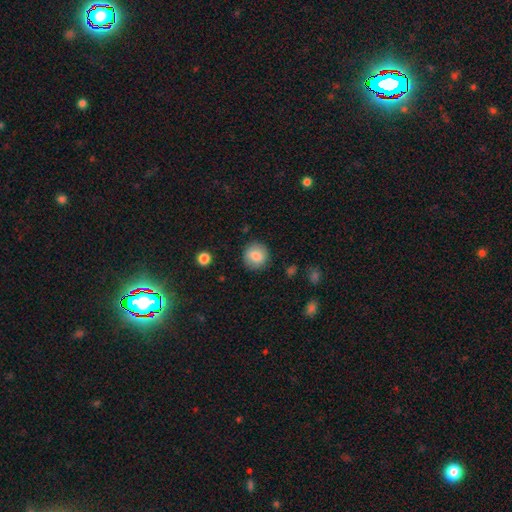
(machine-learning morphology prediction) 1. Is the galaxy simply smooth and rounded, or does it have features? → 83% smooth, 9% featured or disk, 8% star or artifact.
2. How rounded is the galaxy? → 91% round, 8% in between, 1% cigar-shaped.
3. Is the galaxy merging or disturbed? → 89% none, 8% minor disturbance, 3% major disturbance, 1% merger.